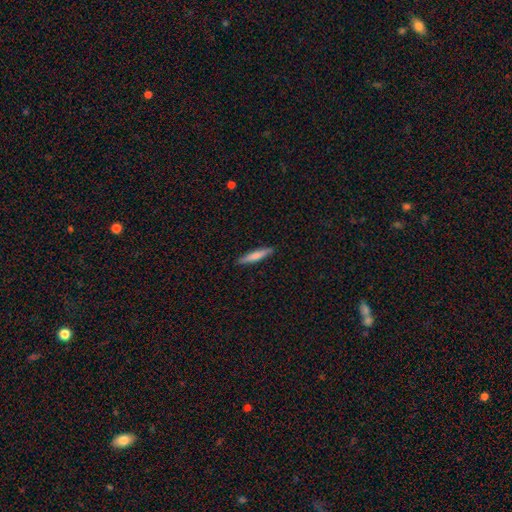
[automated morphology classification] type=smooth (71%); roundness=cigar-shaped (91%); merging=none (90%).